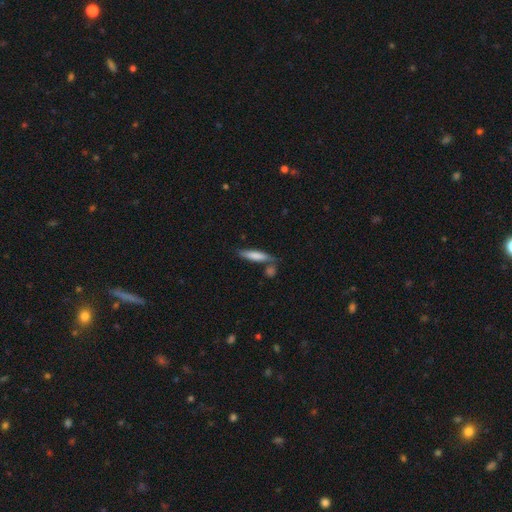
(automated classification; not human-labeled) The model was most divided on "merging": none: 68%, minor disturbance: 15%, merger: 13%, major disturbance: 4%. More confident: how rounded — cigar-shaped (82%); smooth or featured — smooth (74%).